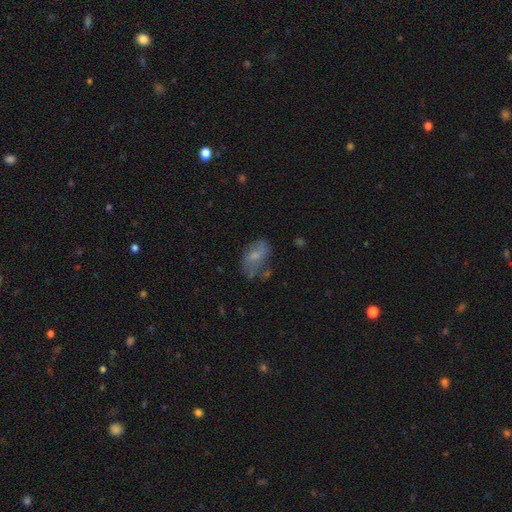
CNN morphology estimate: smooth-or-featured: smooth: 48% | featured or disk: 42% | star or artifact: 9%
  merging: none: 55% | minor disturbance: 27% | major disturbance: 13% | merger: 5%